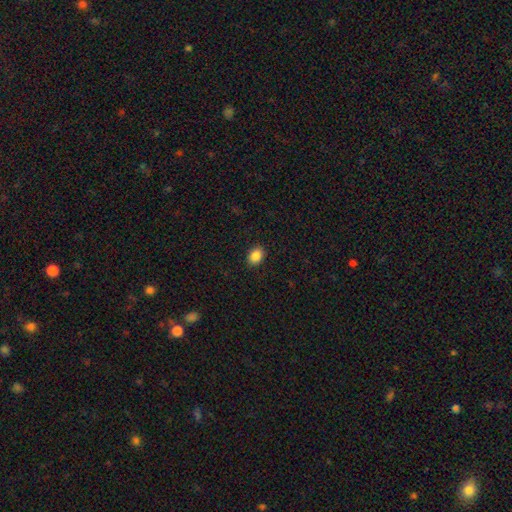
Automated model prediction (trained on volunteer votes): Smooth or featured? Predicted: smooth (p=0.87). How rounded? Predicted: in between (p=0.66). Merging? Predicted: none (p=0.90).